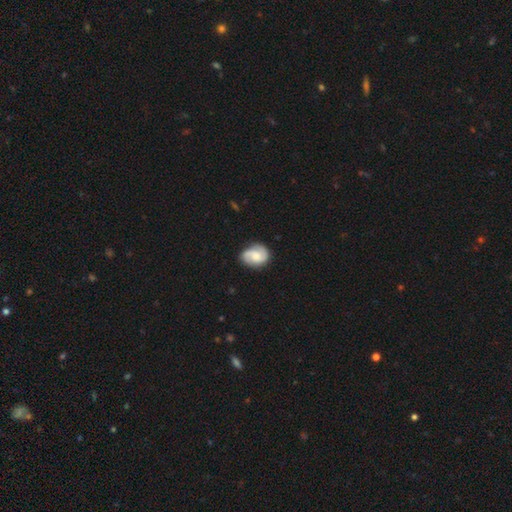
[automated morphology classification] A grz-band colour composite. It shows a featured or disk galaxy (66%) with no bar (59%), 2 (80%) medium (45%) spiral arms (95%) and a moderate central bulge (44%). Merging: none (79%).